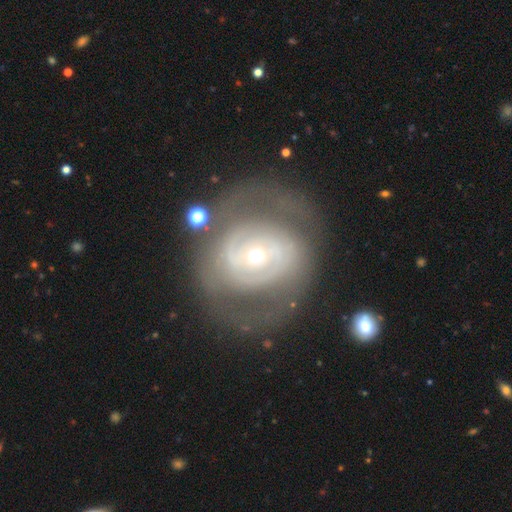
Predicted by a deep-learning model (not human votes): Q: Smooth or featured?
A: featured or disk (75%); runner-up: smooth (18%)
Q: Edge-on disk?
A: no (96%); runner-up: yes (4%)
Q: Bar?
A: no (59%); runner-up: weak (27%)
Q: Spiral arms?
A: yes (61%); runner-up: no (39%)
Q: Bulge size?
A: small (68%); runner-up: moderate (27%)
Q: Merging?
A: none (67%); runner-up: minor disturbance (15%)